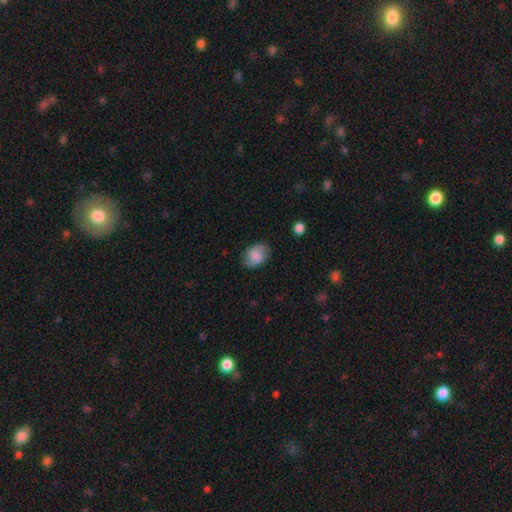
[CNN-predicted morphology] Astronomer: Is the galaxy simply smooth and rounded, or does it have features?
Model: smooth — 74%.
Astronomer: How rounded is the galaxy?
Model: in between — 66%.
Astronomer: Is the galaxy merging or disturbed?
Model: none — 72%.